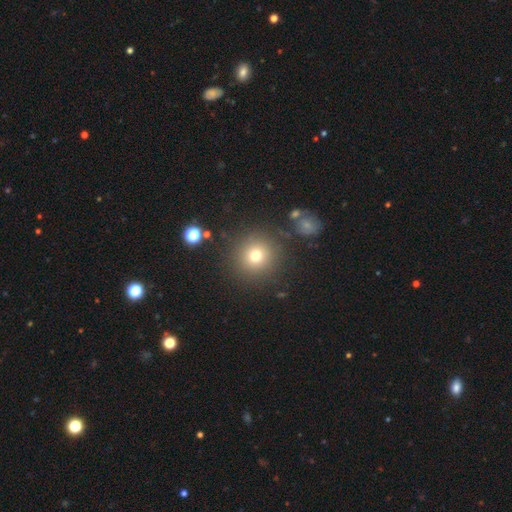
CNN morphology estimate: This is likely a smooth galaxy (73%). How rounded: clearly round (94%). Merging: clearly none (86%).